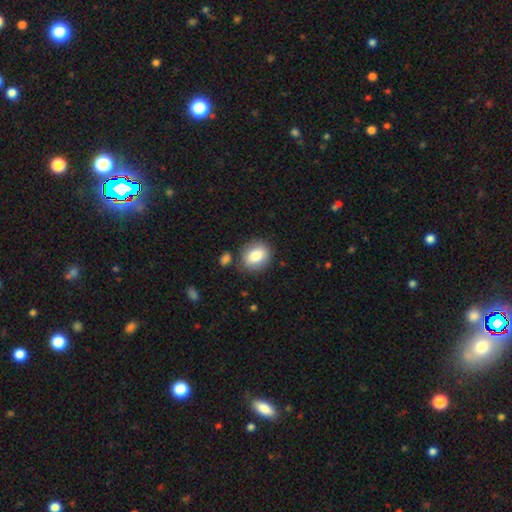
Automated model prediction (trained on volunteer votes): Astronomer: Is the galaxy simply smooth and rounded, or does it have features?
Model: smooth — 81%.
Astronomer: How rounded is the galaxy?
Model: round — 59% (runner-up: in between, 40%).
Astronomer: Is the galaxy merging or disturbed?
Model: none — 81%.